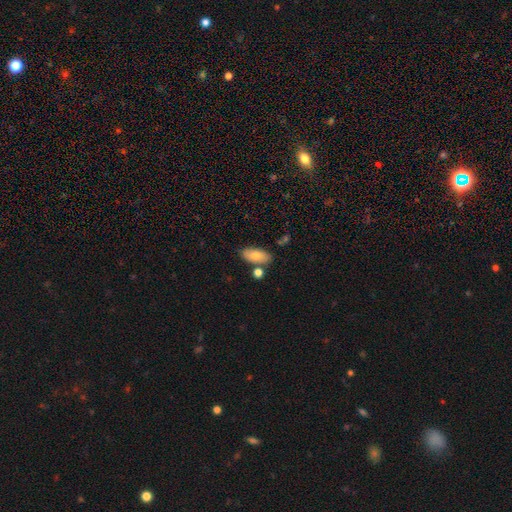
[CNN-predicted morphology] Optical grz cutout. It shows a smooth galaxy with no disk features (80%) that is in between round and cigar-shaped (90%). Merging: none (75%).